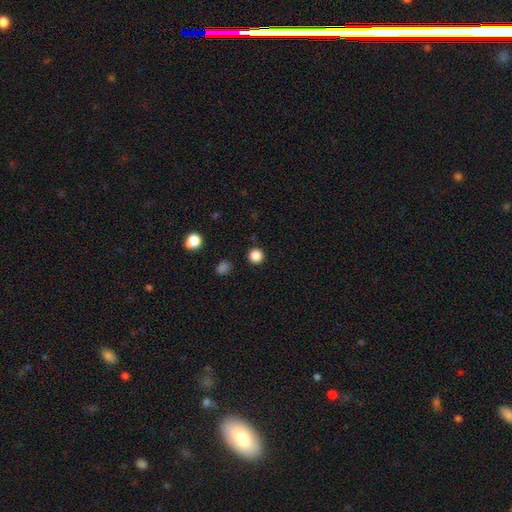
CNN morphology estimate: smooth_or_featured: smooth (p=0.86) [alt: star or artifact p=0.12]
how_rounded: round (p=0.95) [alt: in between p=0.04]
merging: none (p=0.92) [alt: minor disturbance p=0.05]